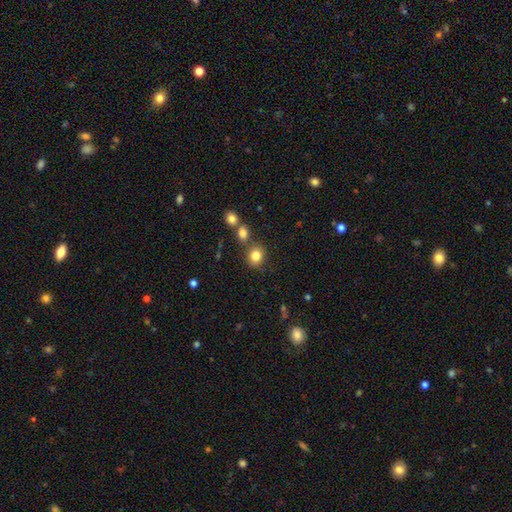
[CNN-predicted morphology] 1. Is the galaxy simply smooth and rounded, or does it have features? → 82% smooth, 12% star or artifact, 6% featured or disk.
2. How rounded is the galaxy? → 76% round, 23% in between, 1% cigar-shaped.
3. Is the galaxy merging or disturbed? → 71% none, 14% merger, 11% minor disturbance, 4% major disturbance.